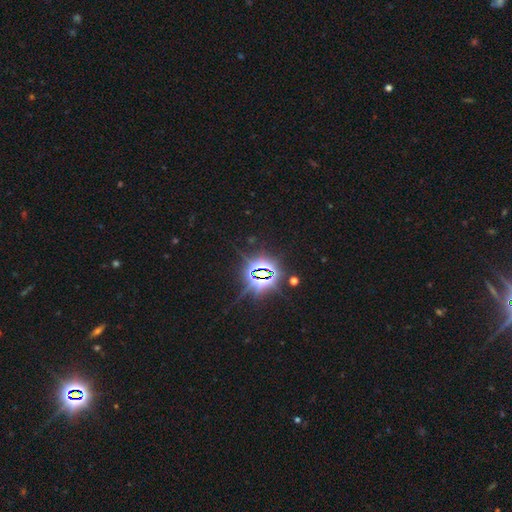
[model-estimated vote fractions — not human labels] star or artifact 84%, smooth 10%, featured or disk 6%.